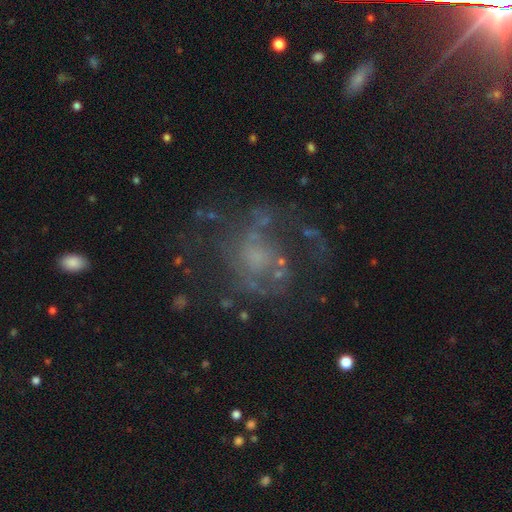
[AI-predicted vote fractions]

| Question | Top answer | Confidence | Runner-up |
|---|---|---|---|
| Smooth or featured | featured or disk | 67% | smooth (18%) |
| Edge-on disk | no | 98% | yes (2%) |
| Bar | no | 78% | weak (19%) |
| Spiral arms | yes | 59% | no (41%) |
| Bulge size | small | 35% | none (33%) |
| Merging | none | 50% | major disturbance (29%) |